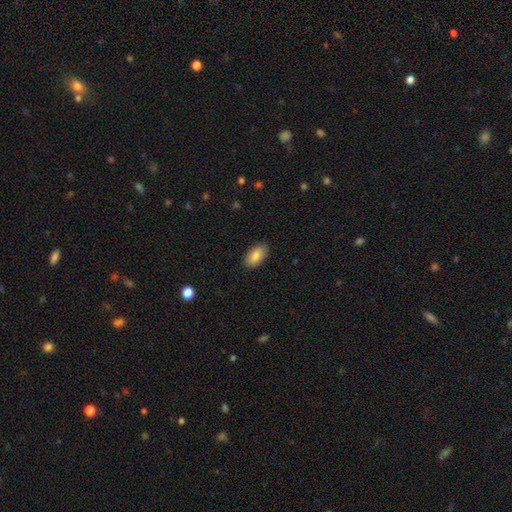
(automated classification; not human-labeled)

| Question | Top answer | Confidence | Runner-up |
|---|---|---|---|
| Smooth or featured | smooth | 85% | featured or disk (8%) |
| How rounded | in between | 94% | round (4%) |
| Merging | none | 87% | minor disturbance (10%) |